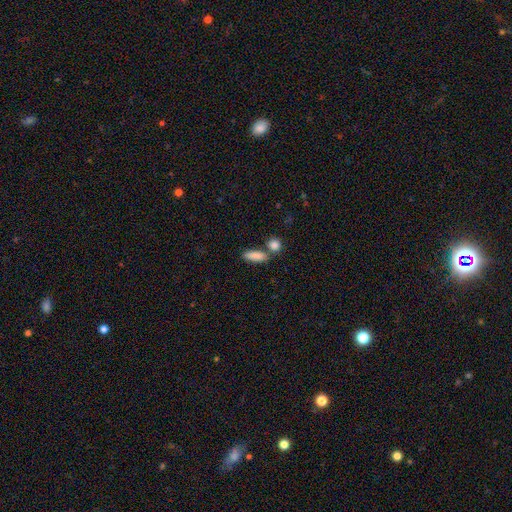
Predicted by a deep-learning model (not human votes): Smooth or featured? Predicted: smooth (p=0.87). How rounded? Predicted: in between (p=0.57). Merging? Predicted: none (p=0.63).